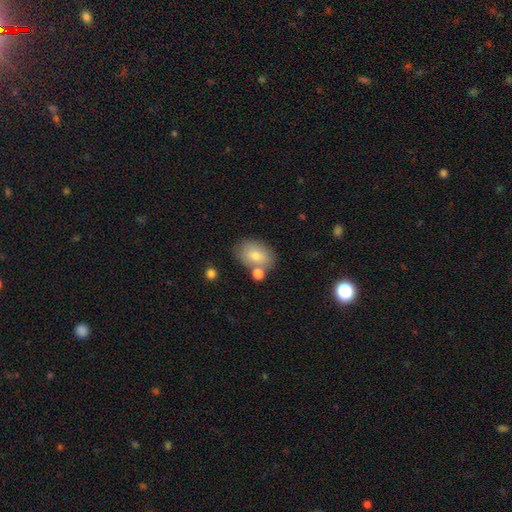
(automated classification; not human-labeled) This appears to be a smooth galaxy with no disk features (74%) that is in between round and cigar-shaped (80%). Merging: none (69%).